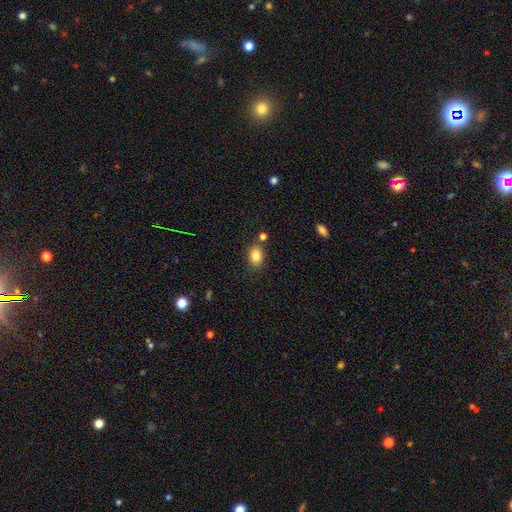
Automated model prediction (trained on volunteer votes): This appears to be a smooth galaxy with no disk features (83%) that is in between round and cigar-shaped (71%). Merging: none (79%).